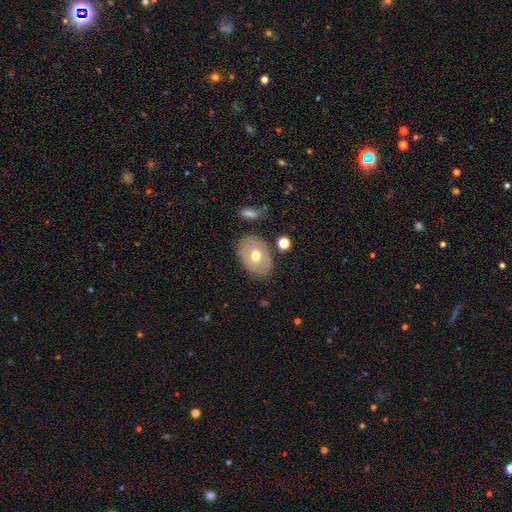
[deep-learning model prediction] Morphology: type=smooth (60%); roundness=in between (74%); merging=none (79%).